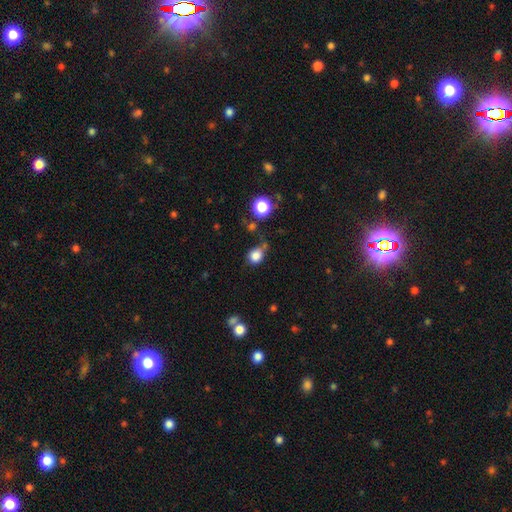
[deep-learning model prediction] smooth_or_featured: smooth (p=0.83) [alt: star or artifact p=0.12]
how_rounded: round (p=0.68) [alt: in between p=0.31]
merging: none (p=0.59) [alt: minor disturbance p=0.23]